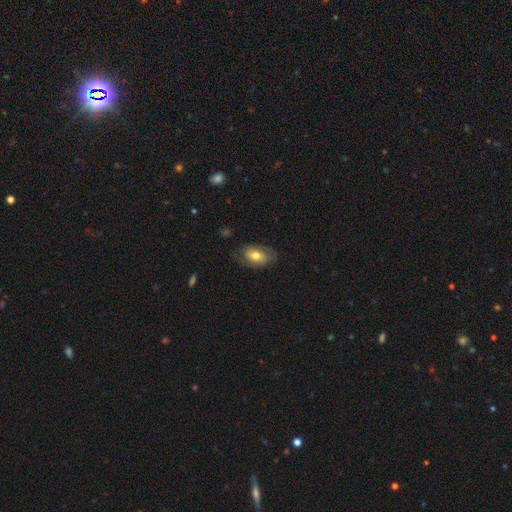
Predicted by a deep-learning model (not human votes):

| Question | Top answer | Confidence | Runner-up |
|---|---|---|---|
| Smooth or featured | smooth | 64% | featured or disk (28%) |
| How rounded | in between | 86% | round (12%) |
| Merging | none | 68% | minor disturbance (22%) |